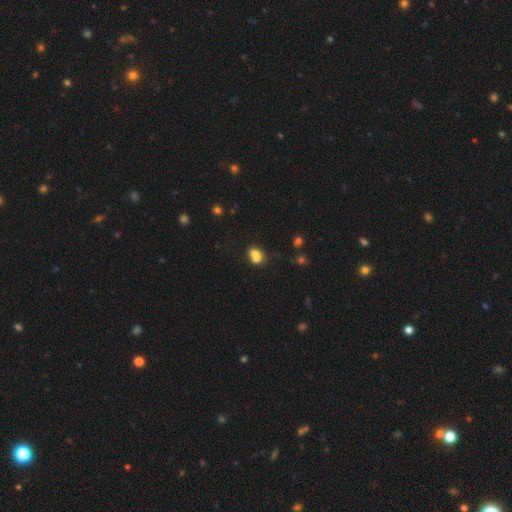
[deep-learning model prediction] The model was most divided on "how rounded": in between: 55%, round: 44%, cigar-shaped: 1%. More confident: smooth or featured — smooth (74%); merging — merger (51%).